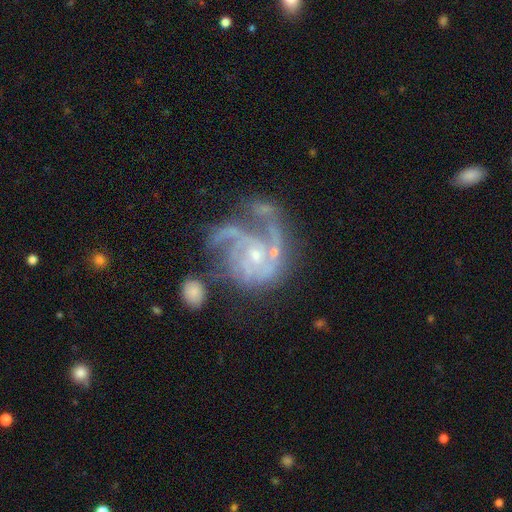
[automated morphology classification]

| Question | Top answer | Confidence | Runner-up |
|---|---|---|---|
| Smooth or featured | featured or disk | 88% | star or artifact (6%) |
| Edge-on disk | no | 98% | yes (2%) |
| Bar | no | 71% | weak (24%) |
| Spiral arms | yes | 95% | no (5%) |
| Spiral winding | medium | 44% | tight (42%) |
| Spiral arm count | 3 | 39% | can't tell (18%) |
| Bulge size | small | 73% | moderate (20%) |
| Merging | none | 37% | major disturbance (32%) |